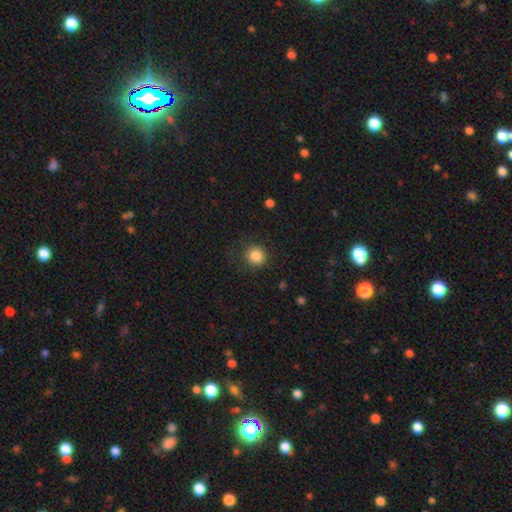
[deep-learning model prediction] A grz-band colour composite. It shows a smooth galaxy with no disk features (85%) that is round (91%). Merging: none (85%).